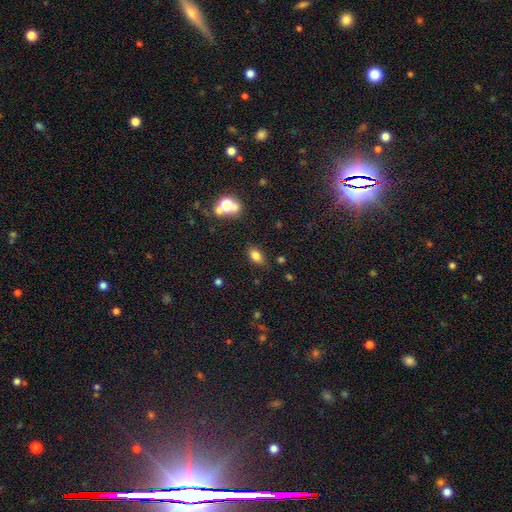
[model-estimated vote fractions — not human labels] smooth_or_featured: smooth (p=0.80) [alt: star or artifact p=0.13]
how_rounded: in between (p=0.85) [alt: round p=0.12]
merging: none (p=0.80) [alt: minor disturbance p=0.14]